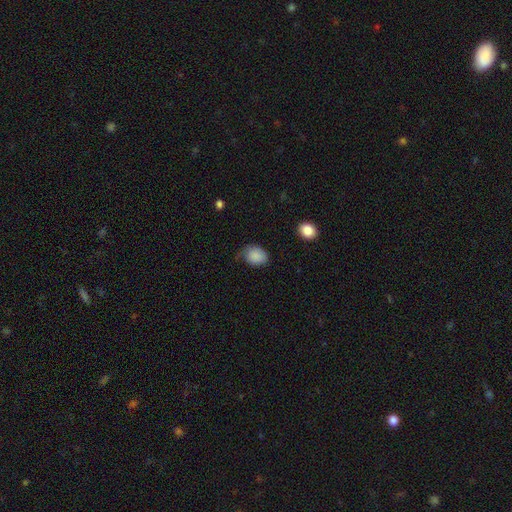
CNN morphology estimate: This is clearly a smooth galaxy (86%). How rounded: possibly in between (57%). Merging: possibly none (53%).